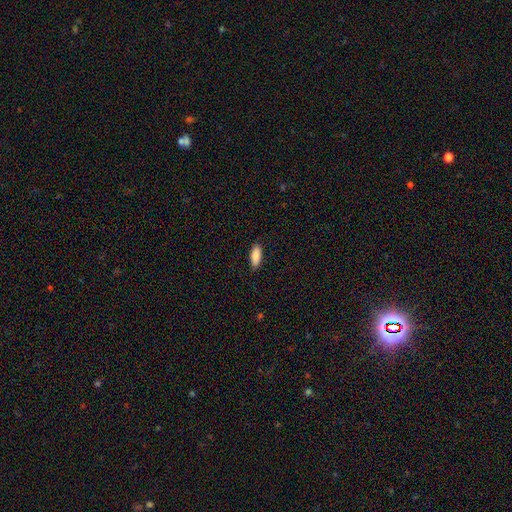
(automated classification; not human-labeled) Smooth or featured?
  - smooth: 90% *
  - star or artifact: 6%
  - featured or disk: 4%
How rounded?
  - in between: 77% *
  - cigar-shaped: 22%
  - round: 2%
Merging?
  - none: 87% *
  - minor disturbance: 10%
  - major disturbance: 2%
  - merger: 1%